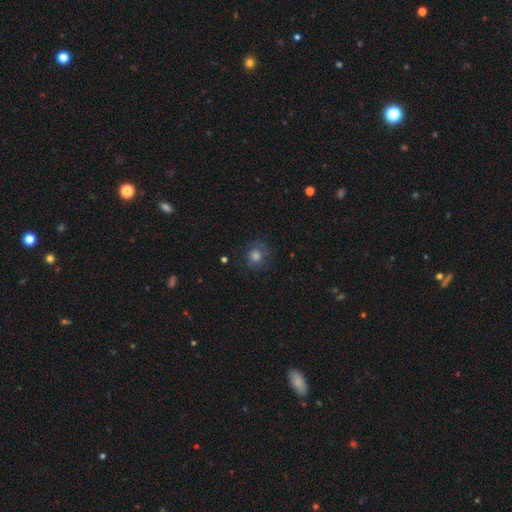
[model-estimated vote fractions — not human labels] Smooth or featured: smooth — 63% (featured or disk — 20%)
How rounded: round — 85% (in between — 14%)
Merging: none — 75% (minor disturbance — 16%)